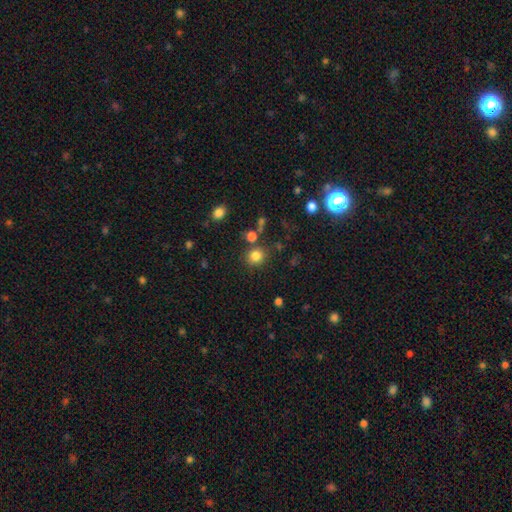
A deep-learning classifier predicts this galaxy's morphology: A smooth galaxy with no disk features (82%) that is round (84%).

Vote fractions:
- Smooth or featured? smooth: 82% / star or artifact: 13% / featured or disk: 5%
- How rounded? round: 84% / in between: 15% / cigar-shaped: 1%
- Merging? none: 80% / minor disturbance: 9% / merger: 8% / major disturbance: 4%